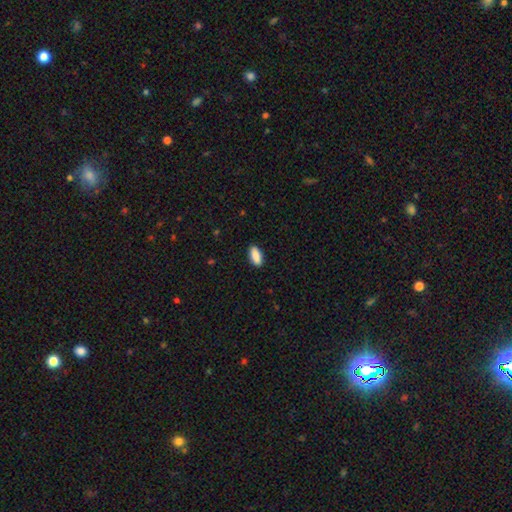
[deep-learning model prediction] Smooth or featured? Predicted: smooth (p=0.88). How rounded? Predicted: in between (p=0.83). Merging? Predicted: none (p=0.89).